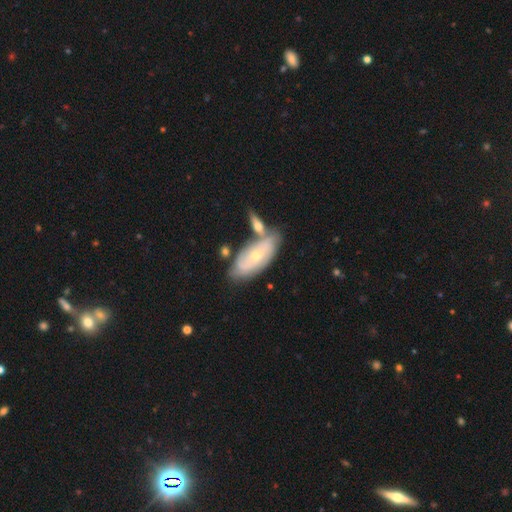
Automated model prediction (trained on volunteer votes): Overall: featured or disk (60%; smooth 34%). Edge-on disk: no (87%). Bar: no (75%). Spiral arms: yes (68%; no 32%). Bulge size: small (61%; moderate 36%). Merging: none (53%; merger 26%).